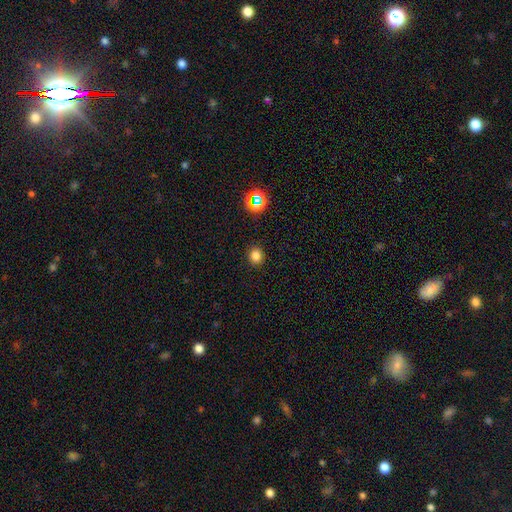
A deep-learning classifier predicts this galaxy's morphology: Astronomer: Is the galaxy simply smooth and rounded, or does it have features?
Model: smooth — 79%.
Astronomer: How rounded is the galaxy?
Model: round — 82%.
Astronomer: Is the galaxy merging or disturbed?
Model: none — 90%.